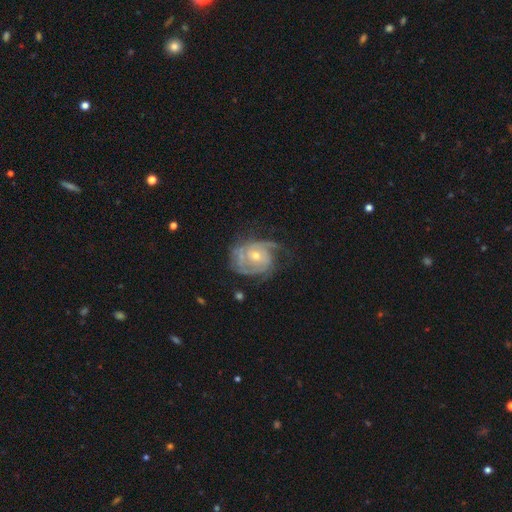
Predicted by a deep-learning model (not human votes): The model was most divided on "bulge size": small: 49%, moderate: 48%, large: 1%, none: 1%, dominant: 1%. Remaining: edge-on disk — no (98%); spiral arms — yes (93%); smooth or featured — featured or disk (84%); bar — no (73%); spiral winding — tight (58%); merging — none (57%); spiral arm count — can't tell (29%).